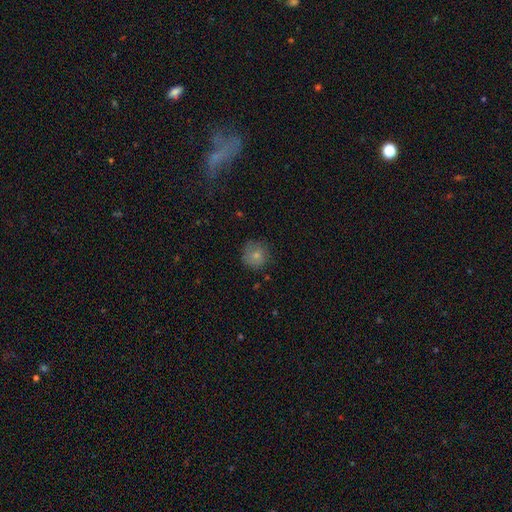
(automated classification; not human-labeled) A smooth galaxy with no disk features (78%) that is round (91%). Merging: none (73%).